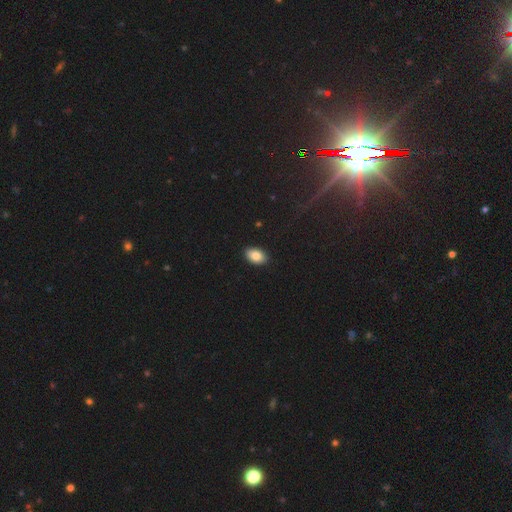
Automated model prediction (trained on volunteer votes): smooth 85%, star or artifact 8%, featured or disk 7%. Down the decision tree: how rounded — in between (90%); merging — none (90%).